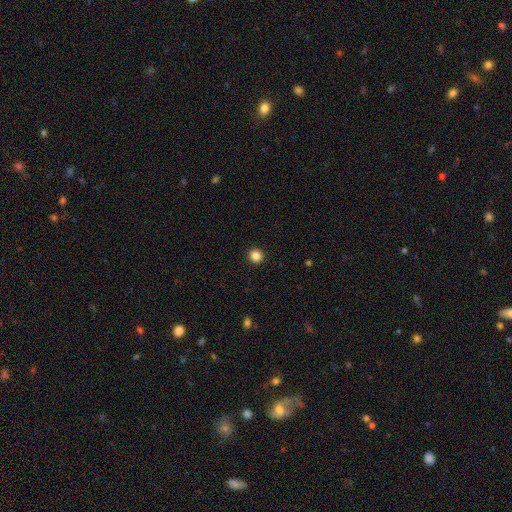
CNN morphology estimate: The model was most divided on "smooth or featured": smooth: 86%, star or artifact: 11%, featured or disk: 3%. More confident: merging — none (93%); how rounded — round (93%).